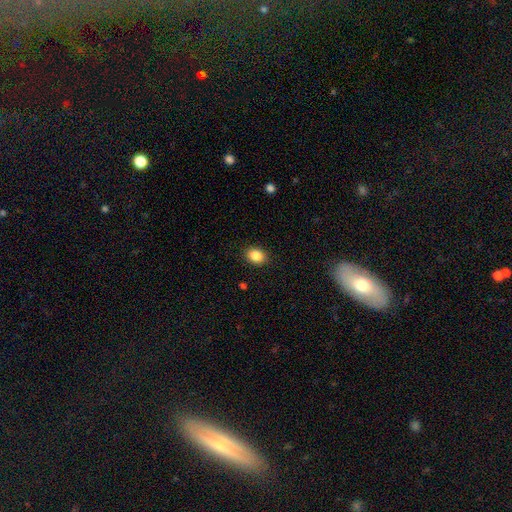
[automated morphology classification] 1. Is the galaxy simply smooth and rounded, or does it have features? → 87% smooth, 8% star or artifact, 4% featured or disk.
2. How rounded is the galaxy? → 65% in between, 34% round, 1% cigar-shaped.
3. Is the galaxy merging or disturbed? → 89% none, 8% minor disturbance, 2% major disturbance, 1% merger.